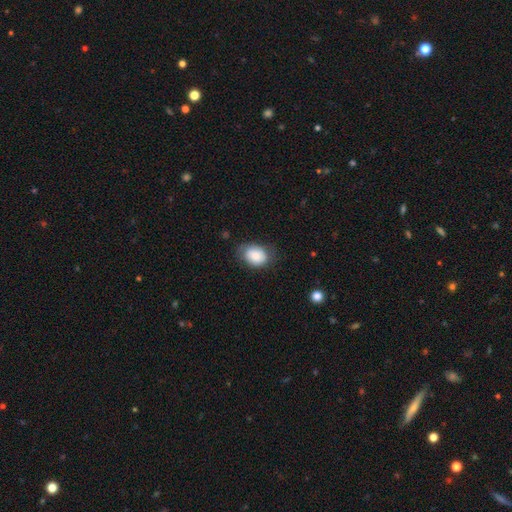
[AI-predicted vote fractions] Smooth or featured?
  - smooth: 80% *
  - featured or disk: 12%
  - star or artifact: 7%
How rounded?
  - in between: 69% *
  - round: 30%
  - cigar-shaped: 1%
Merging?
  - none: 64% *
  - minor disturbance: 27%
  - major disturbance: 7%
  - merger: 1%